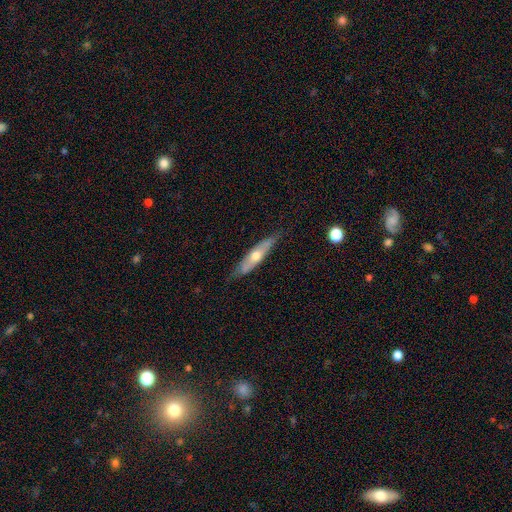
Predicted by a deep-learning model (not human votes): featured or disk 53%, smooth 41%, star or artifact 6%. Down the decision tree: edge-on disk — yes (73%); merging — none (77%).